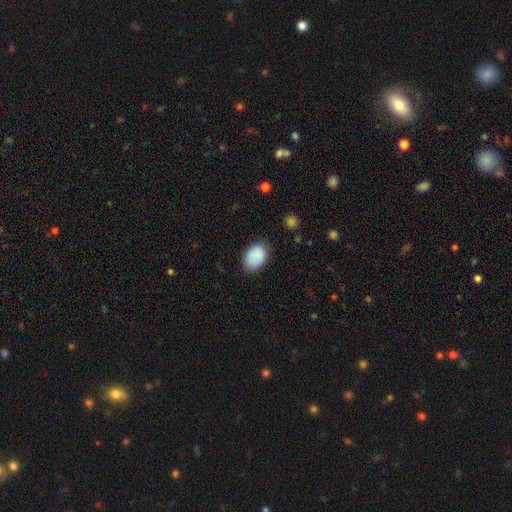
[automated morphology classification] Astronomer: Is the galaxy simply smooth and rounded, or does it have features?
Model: smooth — 88%.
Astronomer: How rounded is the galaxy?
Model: in between — 87%.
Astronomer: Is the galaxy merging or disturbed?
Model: none — 77%.